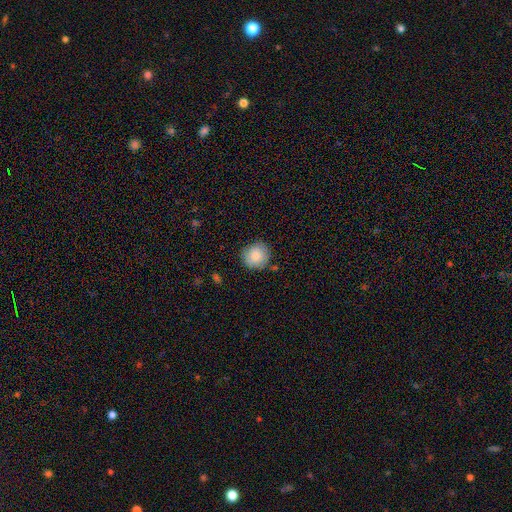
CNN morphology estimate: Smooth or featured?
  - smooth: 87% *
  - star or artifact: 7%
  - featured or disk: 6%
How rounded?
  - round: 90% *
  - in between: 9%
  - cigar-shaped: 1%
Merging?
  - none: 85% *
  - minor disturbance: 10%
  - major disturbance: 2%
  - merger: 2%